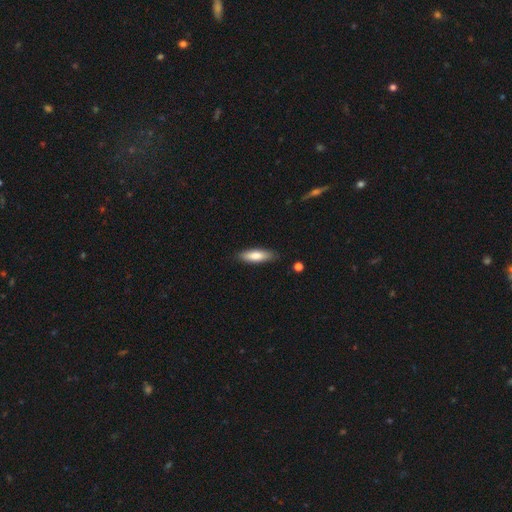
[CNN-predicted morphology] This appears to be a smooth galaxy with no disk features (79%) that is cigar-shaped (56%). Merging: none (85%).